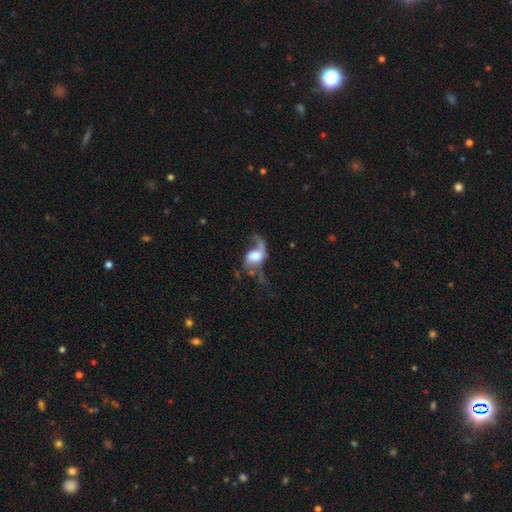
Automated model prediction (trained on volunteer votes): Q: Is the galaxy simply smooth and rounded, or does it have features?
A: featured or disk — 64%.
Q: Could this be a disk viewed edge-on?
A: no — 95%.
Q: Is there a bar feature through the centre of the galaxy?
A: no — 56%.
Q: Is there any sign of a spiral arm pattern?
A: yes — 84%.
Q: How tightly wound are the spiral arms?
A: loose — 81%.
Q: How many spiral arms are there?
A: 2 — 50%.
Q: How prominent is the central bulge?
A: large — 39%.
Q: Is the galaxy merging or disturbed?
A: major disturbance — 44%.